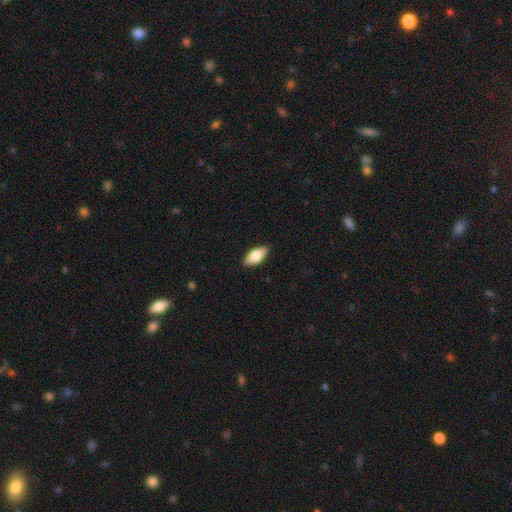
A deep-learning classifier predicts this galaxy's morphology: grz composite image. It shows a smooth galaxy with no disk features (74%) that is in between round and cigar-shaped (86%). Merging: none (89%).